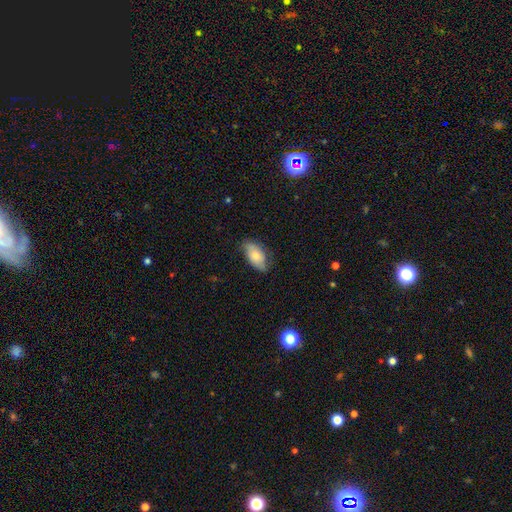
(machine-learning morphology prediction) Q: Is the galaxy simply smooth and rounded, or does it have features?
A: smooth — 73%.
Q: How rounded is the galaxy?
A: in between — 93%.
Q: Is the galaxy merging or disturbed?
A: none — 69%.